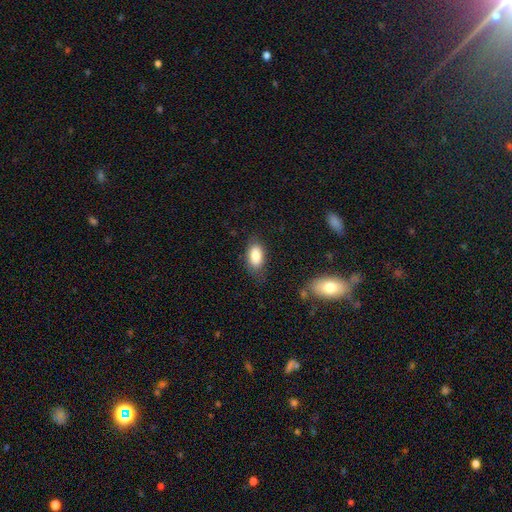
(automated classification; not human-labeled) smooth_or_featured: smooth (p=0.85) [alt: featured or disk p=0.08]
how_rounded: in between (p=0.91) [alt: cigar-shaped p=0.04]
merging: none (p=0.74) [alt: minor disturbance p=0.19]